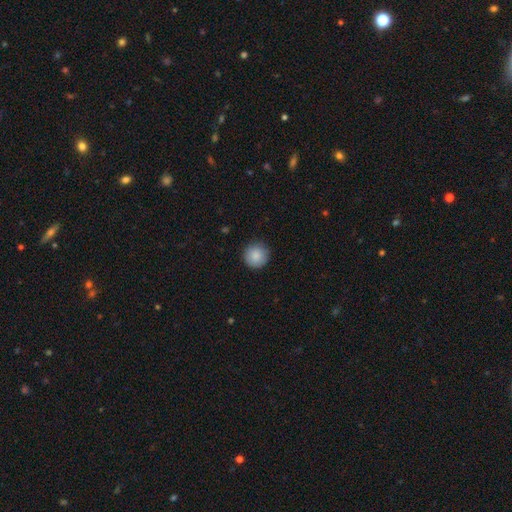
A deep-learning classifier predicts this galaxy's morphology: smooth_or_featured: smooth (p=0.87) [alt: star or artifact p=0.08]
how_rounded: round (p=0.96) [alt: in between p=0.03]
merging: none (p=0.90) [alt: minor disturbance p=0.07]